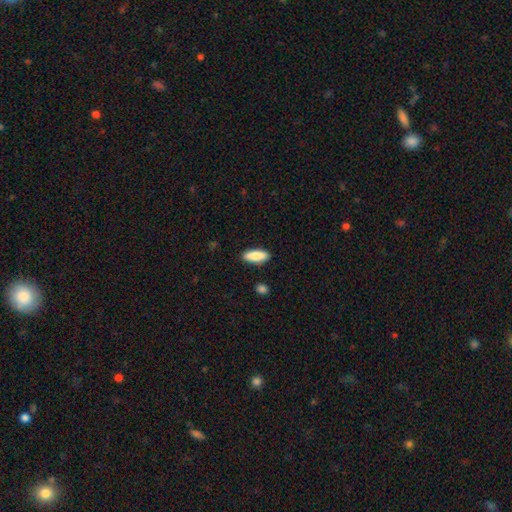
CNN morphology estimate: A smooth galaxy with no disk features (85%) that is in between round and cigar-shaped (68%).

Vote fractions:
- Smooth or featured? smooth: 85% / featured or disk: 9% / star or artifact: 6%
- How rounded? in between: 68% / cigar-shaped: 30% / round: 2%
- Merging? none: 88% / minor disturbance: 9% / major disturbance: 2% / merger: 2%